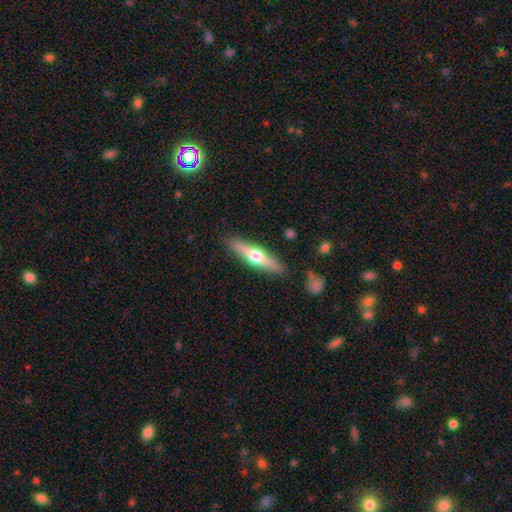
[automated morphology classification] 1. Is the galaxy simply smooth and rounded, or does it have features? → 54% featured or disk, 41% smooth, 6% star or artifact.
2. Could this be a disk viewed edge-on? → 92% yes, 8% no.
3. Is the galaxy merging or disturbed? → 88% none, 9% minor disturbance, 2% major disturbance, 2% merger.